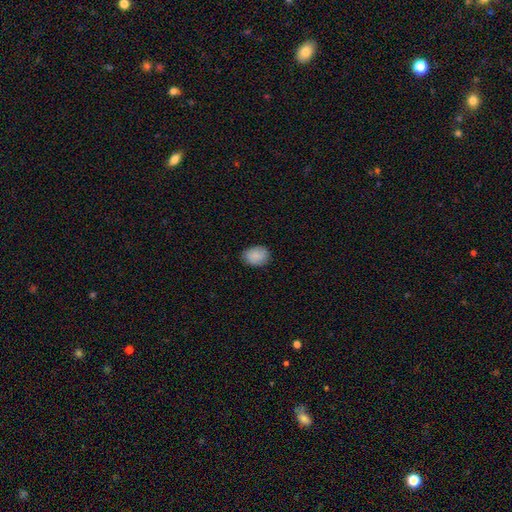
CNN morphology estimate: smooth-or-featured: smooth: 87% | star or artifact: 7% | featured or disk: 6%
  how-rounded: in between: 64% | round: 35% | cigar-shaped: 1%
  merging: none: 83% | minor disturbance: 13% | major disturbance: 3% | merger: 1%